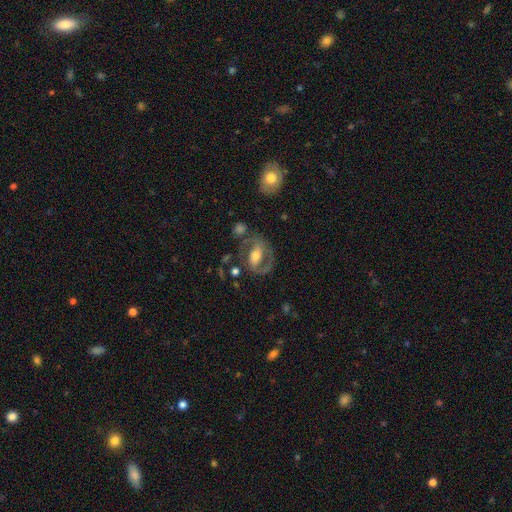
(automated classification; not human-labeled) A featured or disk galaxy (77%) with a strong bar (41%), 2 (83%) medium (53%) spiral arms (83%) and a moderate central bulge (62%). Merging: none (67%).